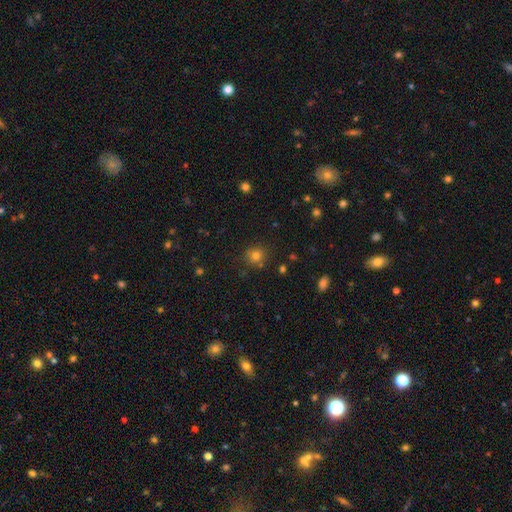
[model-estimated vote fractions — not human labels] Smooth or featured?
  - smooth: 78% *
  - star or artifact: 15%
  - featured or disk: 6%
How rounded?
  - round: 88% *
  - in between: 11%
  - cigar-shaped: 1%
Merging?
  - none: 81% *
  - minor disturbance: 10%
  - merger: 6%
  - major disturbance: 3%